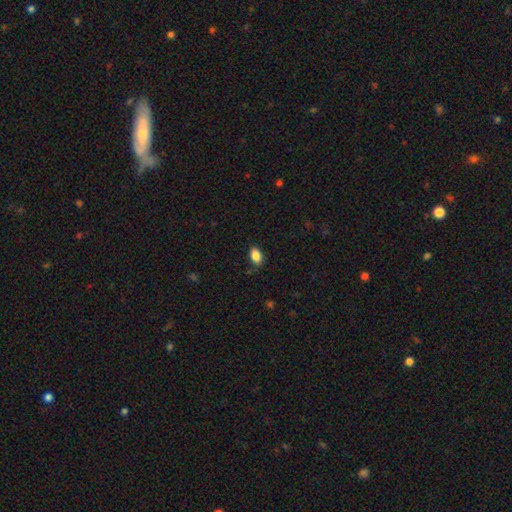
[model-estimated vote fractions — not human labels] Smooth or featured?
  - smooth: 87% *
  - star or artifact: 8%
  - featured or disk: 5%
How rounded?
  - in between: 89% *
  - round: 9%
  - cigar-shaped: 2%
Merging?
  - none: 83% *
  - minor disturbance: 14%
  - major disturbance: 2%
  - merger: 1%